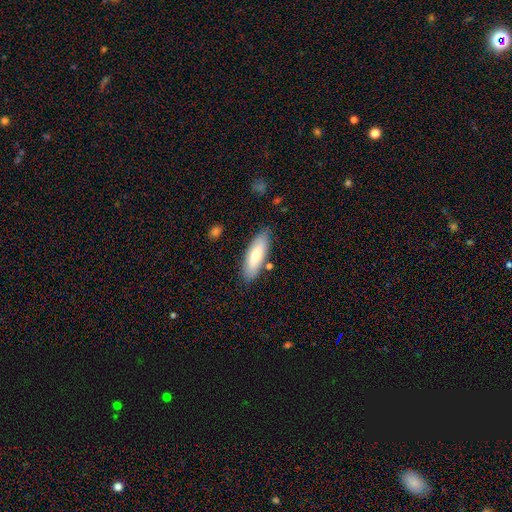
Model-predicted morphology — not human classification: The model was most divided on "how rounded": in between: 62%, cigar-shaped: 36%, round: 2%. More confident: merging — none (82%); smooth or featured — smooth (72%).